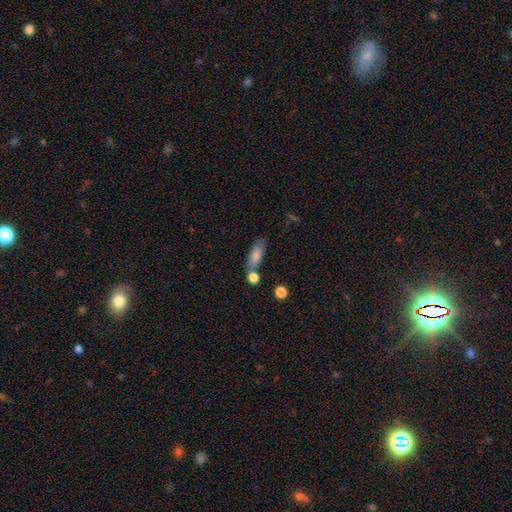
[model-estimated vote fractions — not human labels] smooth-or-featured: smooth: 80% | featured or disk: 13% | star or artifact: 8%
  how-rounded: in between: 62% | cigar-shaped: 34% | round: 4%
  merging: none: 60% | merger: 19% | minor disturbance: 16% | major disturbance: 5%